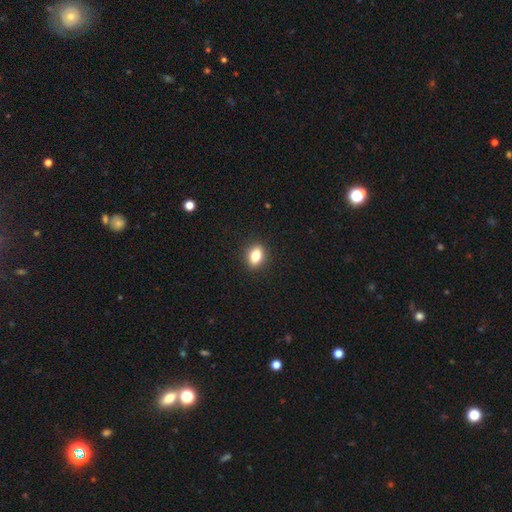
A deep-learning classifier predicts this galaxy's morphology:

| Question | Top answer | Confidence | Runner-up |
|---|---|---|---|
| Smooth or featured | smooth | 79% | featured or disk (11%) |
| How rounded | in between | 75% | round (21%) |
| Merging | none | 90% | minor disturbance (7%) |